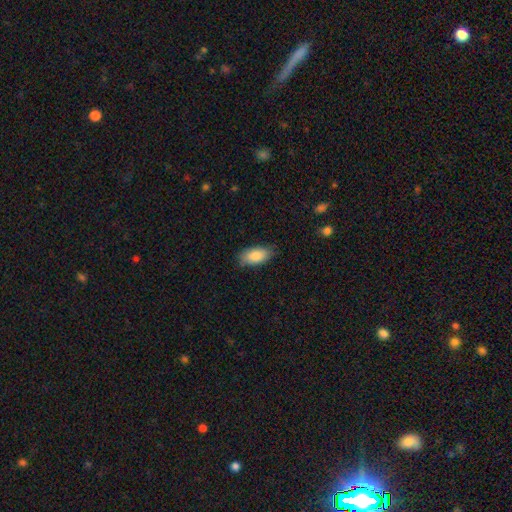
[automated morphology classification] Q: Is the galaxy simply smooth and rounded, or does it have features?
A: smooth — 85%.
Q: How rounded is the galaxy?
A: in between — 92%.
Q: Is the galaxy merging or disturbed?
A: none — 80%.